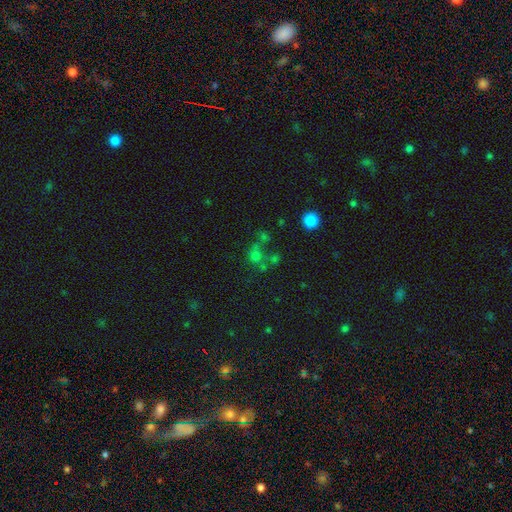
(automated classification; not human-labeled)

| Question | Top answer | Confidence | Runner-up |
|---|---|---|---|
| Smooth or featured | smooth | 50% | star or artifact (33%) |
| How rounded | round | 76% | in between (22%) |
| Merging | none | 49% | merger (29%) |